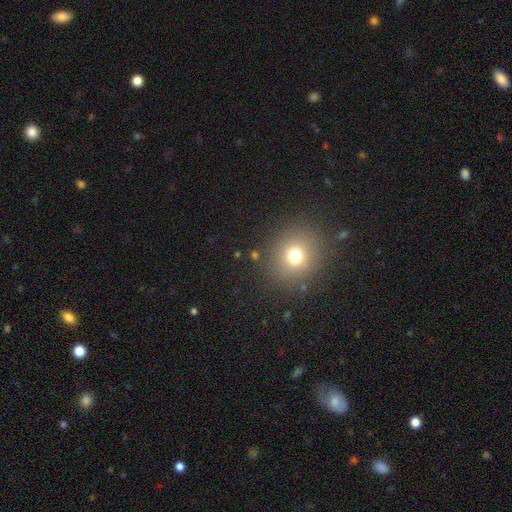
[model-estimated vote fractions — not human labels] A smooth galaxy with no disk features (68%) that is round (86%).

Vote fractions:
- Smooth or featured? smooth: 68% / star or artifact: 23% / featured or disk: 9%
- How rounded? round: 86% / in between: 13% / cigar-shaped: 1%
- Merging? none: 88% / minor disturbance: 7% / major disturbance: 3% / merger: 2%